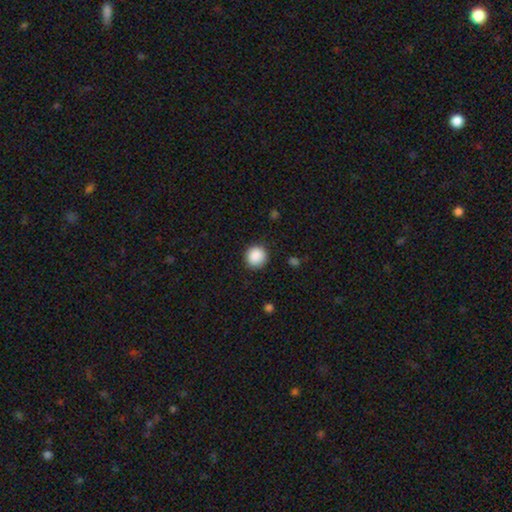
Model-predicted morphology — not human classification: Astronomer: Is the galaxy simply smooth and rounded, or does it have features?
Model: smooth — 89%.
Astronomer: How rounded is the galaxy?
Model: round — 92%.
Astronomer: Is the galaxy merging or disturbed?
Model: none — 88%.